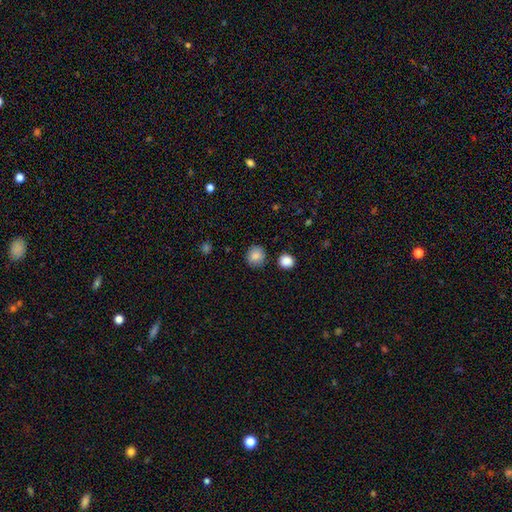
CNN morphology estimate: A smooth galaxy with no disk features (86%) that is round (89%).

Vote fractions:
- Smooth or featured? smooth: 86% / star or artifact: 9% / featured or disk: 5%
- How rounded? round: 89% / in between: 10% / cigar-shaped: 1%
- Merging? none: 85% / minor disturbance: 9% / merger: 3% / major disturbance: 3%